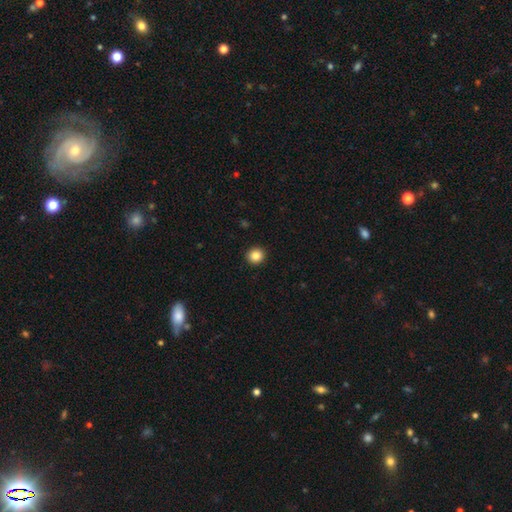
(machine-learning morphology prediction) A smooth galaxy with no disk features (85%) that is round (94%). Merging: none (93%).